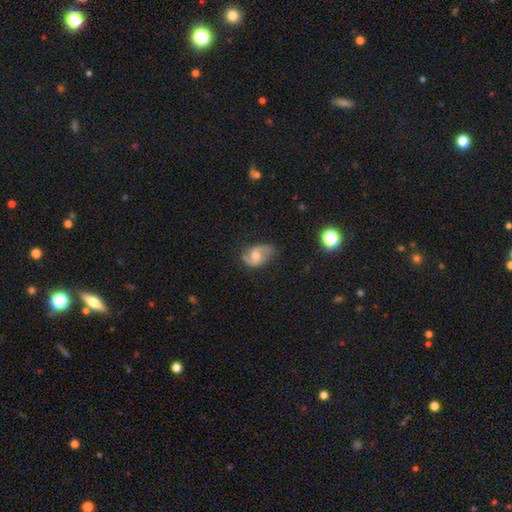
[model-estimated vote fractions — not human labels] Smooth or featured?
  - featured or disk: 71% *
  - smooth: 21%
  - star or artifact: 8%
Edge-on disk?
  - no: 97% *
  - yes: 3%
Bar?
  - no: 50% *
  - weak: 41%
  - strong: 9%
Spiral arms?
  - yes: 93% *
  - no: 7%
Spiral winding?
  - loose: 44% *
  - medium: 42%
  - tight: 14%
Spiral arm count?
  - 2: 87% *
  - can't tell: 5%
  - 1: 4%
  - 3: 1%
  - 4: 1%
  - more than 4: 1%
Bulge size?
  - moderate: 60% *
  - small: 28%
  - large: 7%
  - none: 5%
  - dominant: 1%
Merging?
  - none: 64% *
  - minor disturbance: 25%
  - major disturbance: 9%
  - merger: 2%